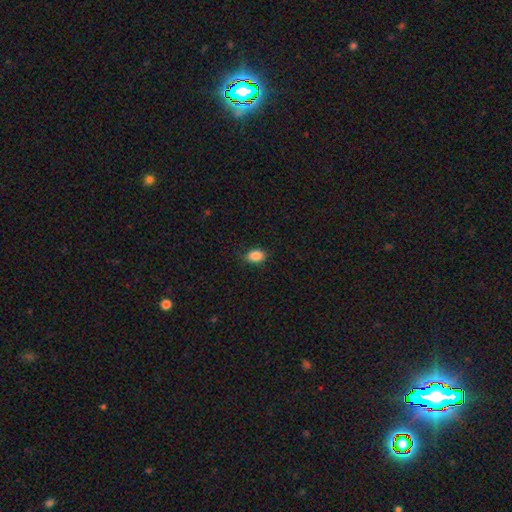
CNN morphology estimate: smooth 87%, star or artifact 9%, featured or disk 4%. Down the decision tree: how rounded — in between (78%); merging — none (84%).